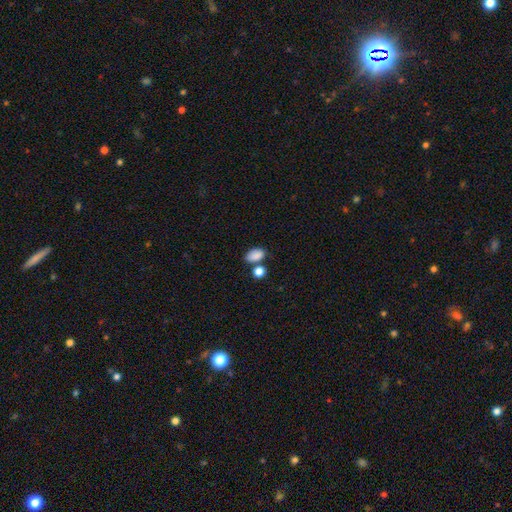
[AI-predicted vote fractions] Smooth or featured? Predicted: smooth (p=0.86). How rounded? Predicted: in between (p=0.88). Merging? Predicted: none (p=0.62).